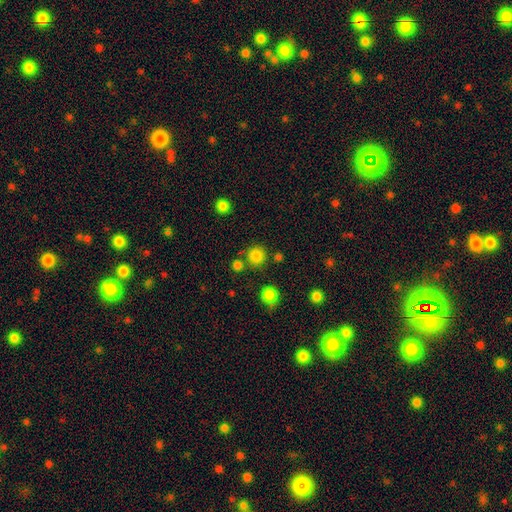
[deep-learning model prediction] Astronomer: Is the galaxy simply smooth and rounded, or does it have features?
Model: smooth — 83%.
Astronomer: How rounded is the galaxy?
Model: round — 94%.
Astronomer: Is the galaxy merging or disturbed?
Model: none — 80%.